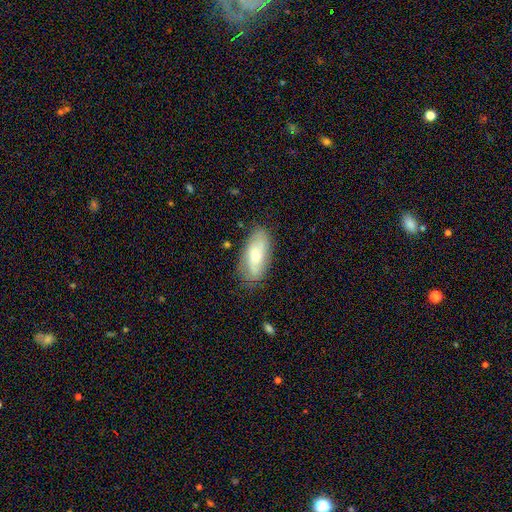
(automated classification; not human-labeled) A smooth galaxy with no disk features (52%) that is in between round and cigar-shaped (83%). Merging: none (78%).